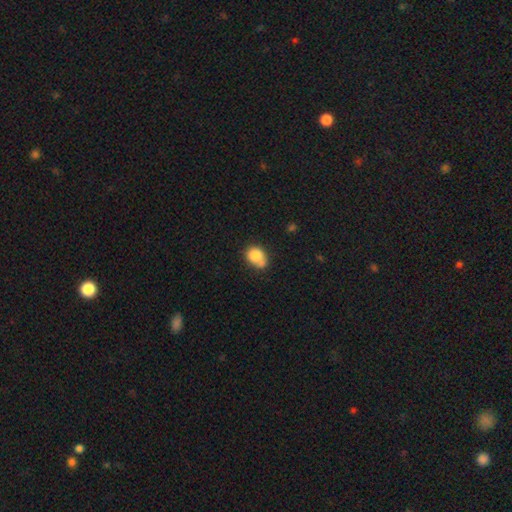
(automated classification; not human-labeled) Morphology: type=smooth (81%); roundness=round (59%); merging=none (45%).